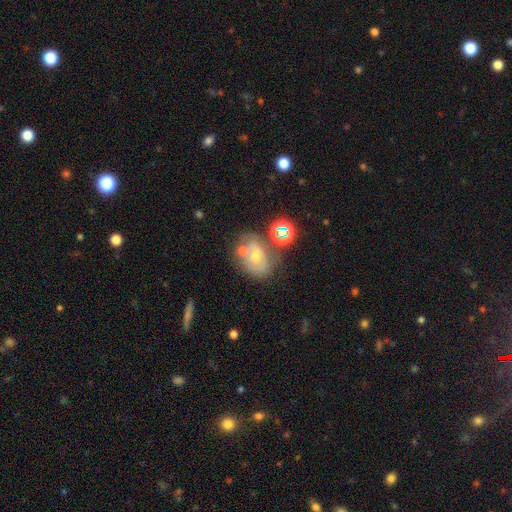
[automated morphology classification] Smooth or featured?
  - smooth: 43% *
  - featured or disk: 41%
  - star or artifact: 16%
Merging?
  - none: 47% *
  - merger: 23%
  - minor disturbance: 20%
  - major disturbance: 10%